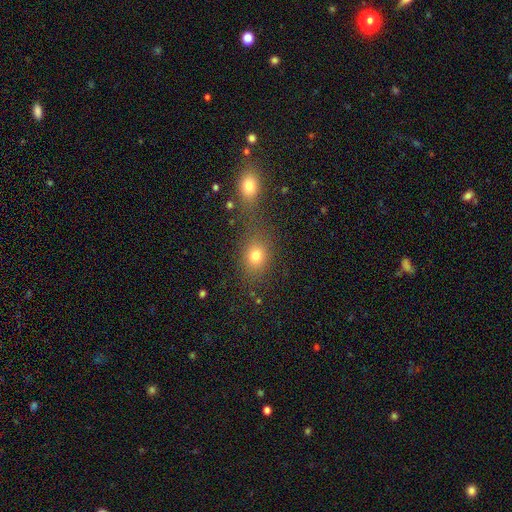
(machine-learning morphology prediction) Smooth or featured?
  - smooth: 75% *
  - star or artifact: 16%
  - featured or disk: 10%
How rounded?
  - round: 55% *
  - in between: 43%
  - cigar-shaped: 2%
Merging?
  - none: 55% *
  - merger: 30%
  - minor disturbance: 9%
  - major disturbance: 6%